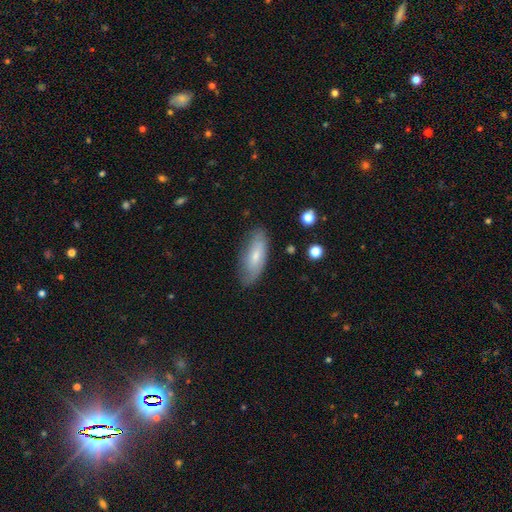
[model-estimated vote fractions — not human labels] Smooth or featured? Predicted: smooth (p=0.67). How rounded? Predicted: in between (p=0.73). Merging? Predicted: none (p=0.77).